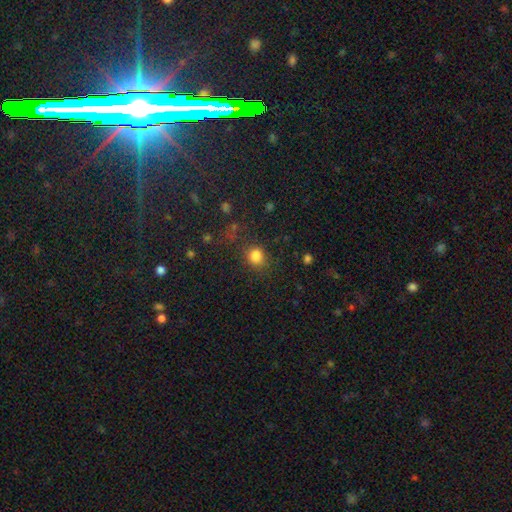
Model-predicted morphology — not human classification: A smooth galaxy with no disk features (83%) that is round (67%).

Vote fractions:
- Smooth or featured? smooth: 83% / star or artifact: 12% / featured or disk: 5%
- How rounded? round: 67% / in between: 32% / cigar-shaped: 1%
- Merging? none: 73% / minor disturbance: 15% / major disturbance: 8% / merger: 4%